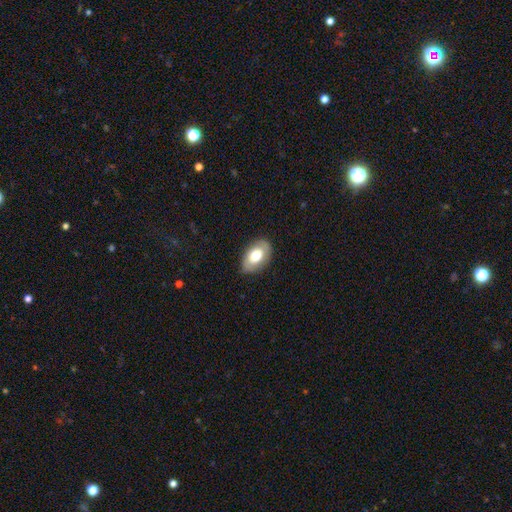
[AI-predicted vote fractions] Smooth or featured? Predicted: smooth (p=0.68). How rounded? Predicted: in between (p=0.92). Merging? Predicted: none (p=0.80).